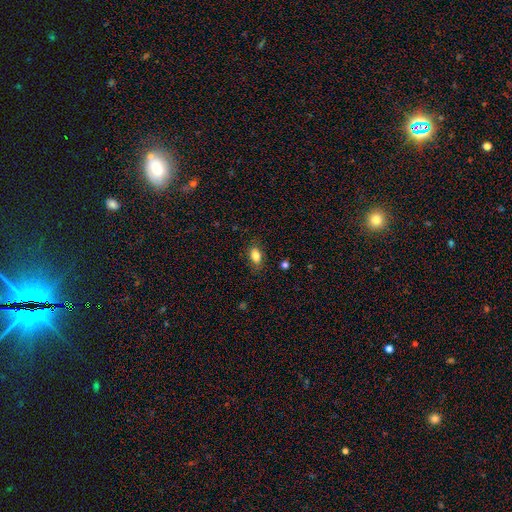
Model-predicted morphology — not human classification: This appears to be a smooth galaxy with no disk features (83%) that is in between round and cigar-shaped (86%). Merging: none (82%).